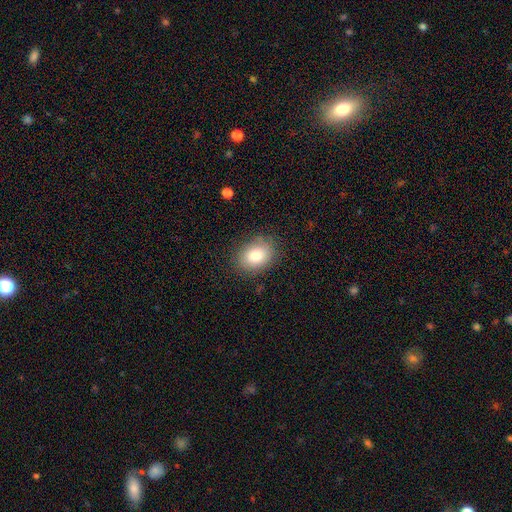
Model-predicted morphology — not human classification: Smooth or featured? Predicted: smooth (p=0.83). How rounded? Predicted: in between (p=0.76). Merging? Predicted: none (p=0.83).